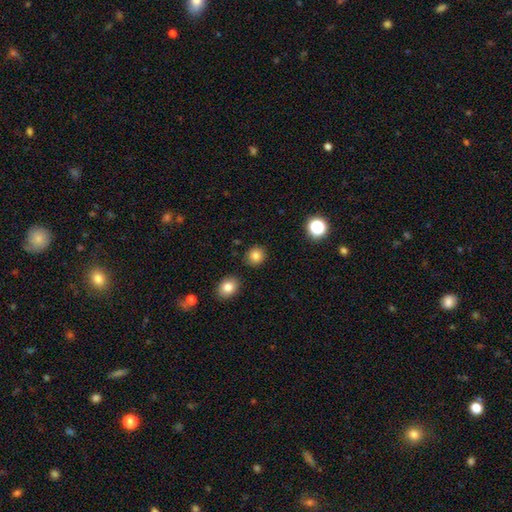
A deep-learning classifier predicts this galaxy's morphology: This appears to be a smooth galaxy with no disk features (82%) that is round (86%). Merging: none (89%).